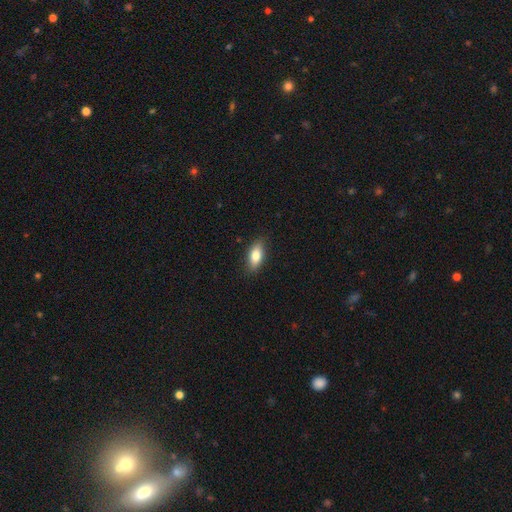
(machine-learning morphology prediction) A smooth galaxy with no disk features (79%) that is in between round and cigar-shaped (82%).

Vote fractions:
- Smooth or featured? smooth: 79% / featured or disk: 15% / star or artifact: 7%
- How rounded? in between: 82% / cigar-shaped: 13% / round: 4%
- Merging? none: 86% / minor disturbance: 11% / major disturbance: 2% / merger: 1%